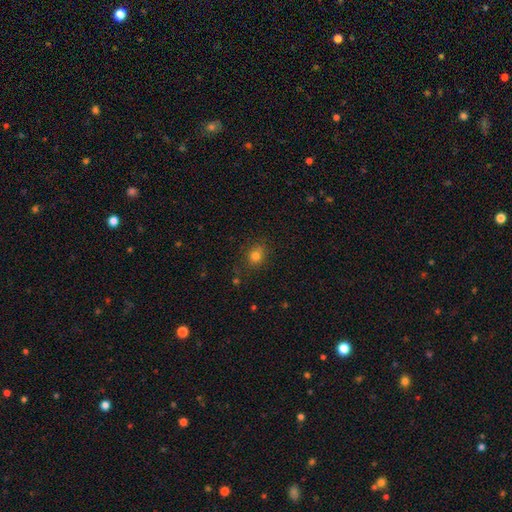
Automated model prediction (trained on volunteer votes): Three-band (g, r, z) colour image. It shows a smooth galaxy with no disk features (78%) that is round (61%). Merging: none (80%).